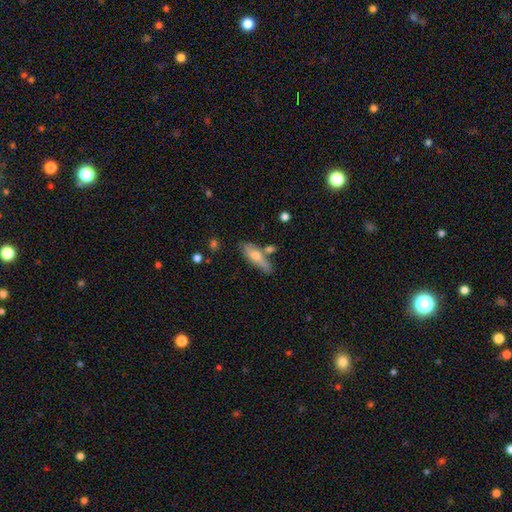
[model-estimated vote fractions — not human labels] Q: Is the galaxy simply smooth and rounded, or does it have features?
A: smooth — 60%.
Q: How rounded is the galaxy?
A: cigar-shaped — 55%.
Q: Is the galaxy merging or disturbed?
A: none — 63%.